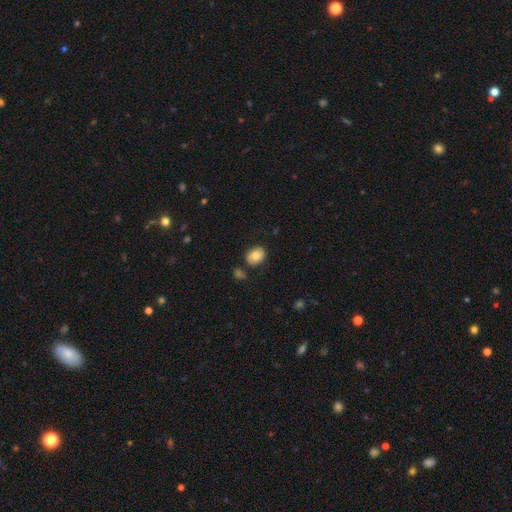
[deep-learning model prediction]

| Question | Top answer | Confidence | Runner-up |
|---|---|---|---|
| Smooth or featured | smooth | 79% | featured or disk (13%) |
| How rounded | in between | 55% | round (44%) |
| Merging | none | 83% | minor disturbance (11%) |